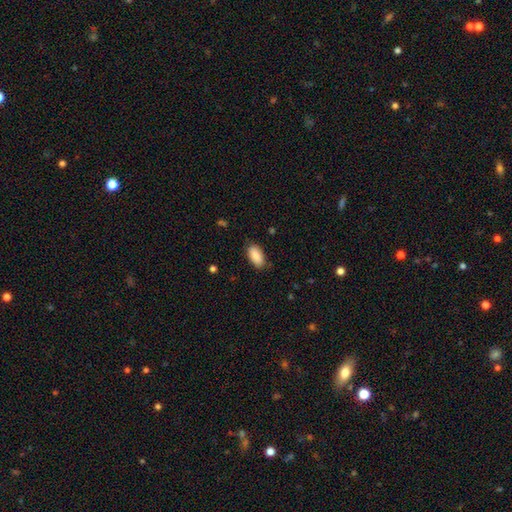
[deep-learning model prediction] smooth-or-featured: smooth: 89% | star or artifact: 7% | featured or disk: 5%
  how-rounded: in between: 93% | cigar-shaped: 5% | round: 2%
  merging: none: 84% | minor disturbance: 12% | major disturbance: 3% | merger: 1%